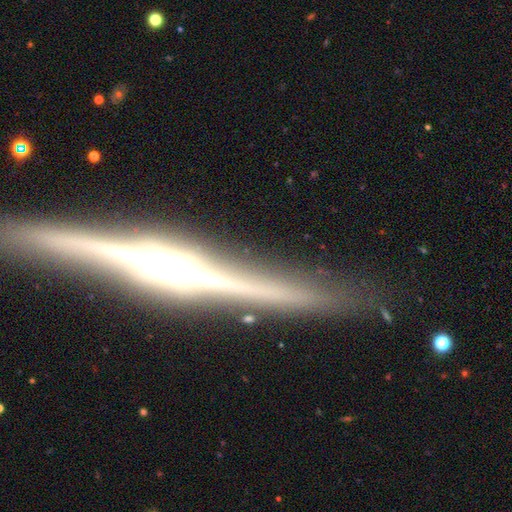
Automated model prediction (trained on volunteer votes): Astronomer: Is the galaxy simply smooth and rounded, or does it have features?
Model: featured or disk — 85%.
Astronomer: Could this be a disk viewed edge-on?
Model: yes — 98%.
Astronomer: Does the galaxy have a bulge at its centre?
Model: rounded — 68%.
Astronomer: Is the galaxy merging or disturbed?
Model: none — 86%.